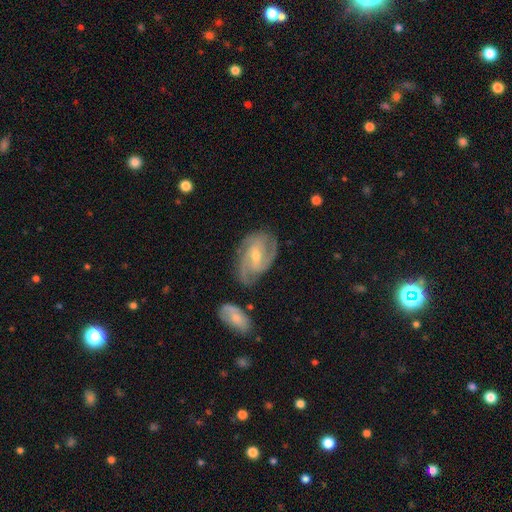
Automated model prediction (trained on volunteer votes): Smooth or featured: featured or disk — 83% (smooth — 11%)
Edge-on disk: no — 96% (yes — 4%)
Bar: weak — 50% (no — 30%)
Spiral arms: yes — 95% (no — 5%)
Spiral winding: tight — 43% (tied with medium — 43%)
Spiral arm count: 2 — 37% (3 — 30%)
Bulge size: small — 51% (moderate — 45%)
Merging: none — 67% (minor disturbance — 20%)